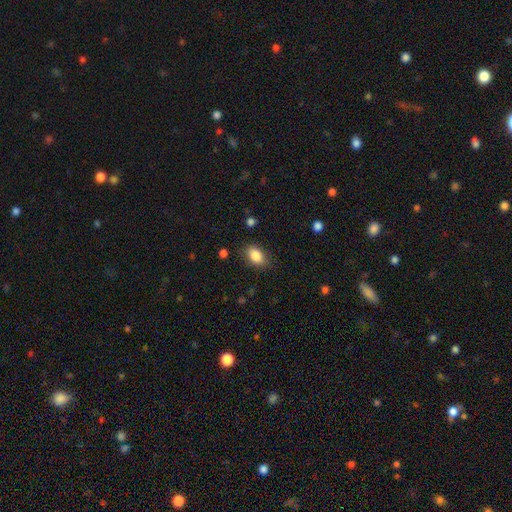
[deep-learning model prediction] Smooth or featured?
  - smooth: 87% *
  - star or artifact: 8%
  - featured or disk: 6%
How rounded?
  - in between: 86% *
  - round: 13%
  - cigar-shaped: 2%
Merging?
  - none: 81% *
  - minor disturbance: 14%
  - major disturbance: 4%
  - merger: 1%